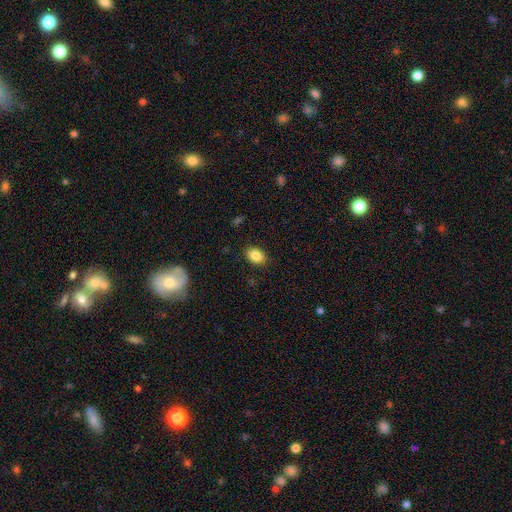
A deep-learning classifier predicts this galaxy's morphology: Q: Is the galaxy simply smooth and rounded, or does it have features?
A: smooth — 86%.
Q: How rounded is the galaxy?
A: in between — 81%.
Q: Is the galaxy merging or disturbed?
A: none — 88%.